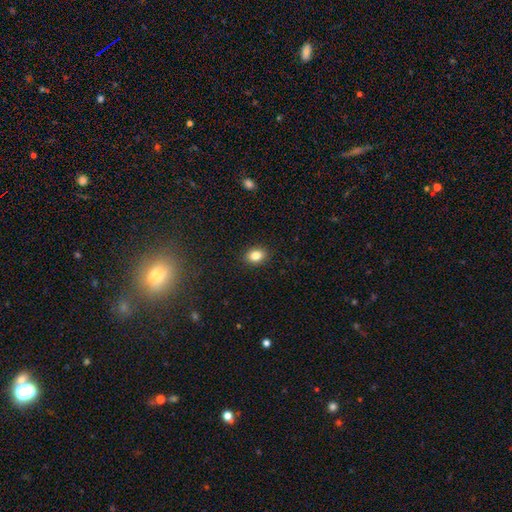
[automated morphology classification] A smooth galaxy with no disk features (83%) that is in between round and cigar-shaped (61%).

Vote fractions:
- Smooth or featured? smooth: 83% / star or artifact: 10% / featured or disk: 7%
- How rounded? in between: 61% / round: 37% / cigar-shaped: 1%
- Merging? none: 90% / minor disturbance: 7% / major disturbance: 2% / merger: 1%